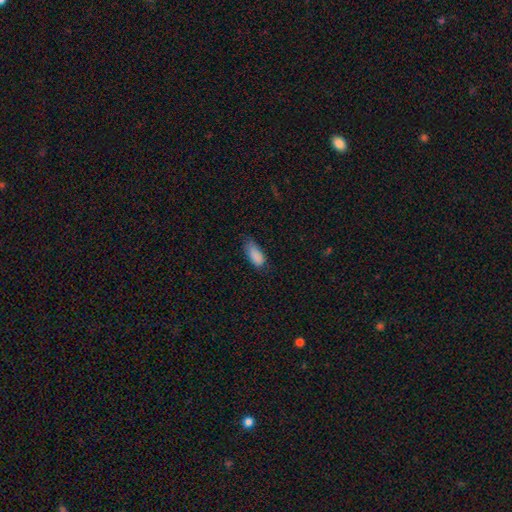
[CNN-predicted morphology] Smooth or featured? Predicted: smooth (p=0.87). How rounded? Predicted: in between (p=0.87). Merging? Predicted: none (p=0.59).